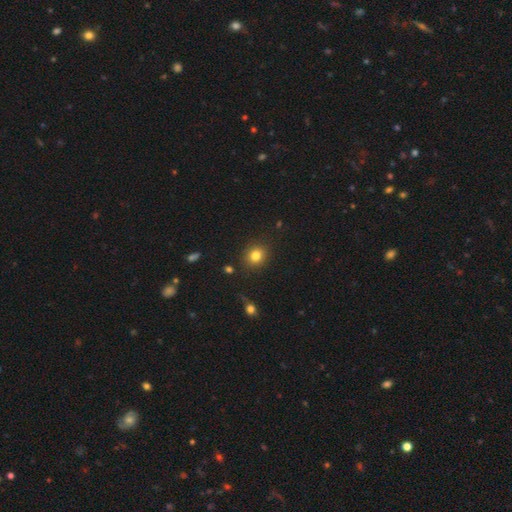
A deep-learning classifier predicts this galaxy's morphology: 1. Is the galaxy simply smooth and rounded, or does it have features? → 81% smooth, 12% star or artifact, 7% featured or disk.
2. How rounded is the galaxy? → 74% round, 25% in between, 1% cigar-shaped.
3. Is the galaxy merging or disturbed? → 87% none, 8% minor disturbance, 2% major disturbance, 2% merger.